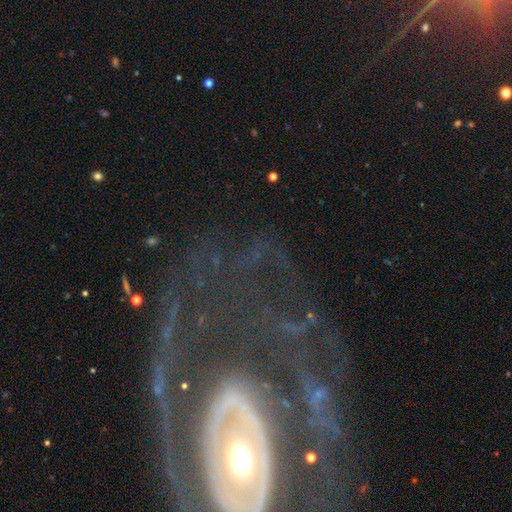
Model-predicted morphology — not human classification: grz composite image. It shows a featured or disk galaxy (73%) with no bar (46%), spiral arms (74%) and a moderate central bulge (50%). Merging: none (58%).